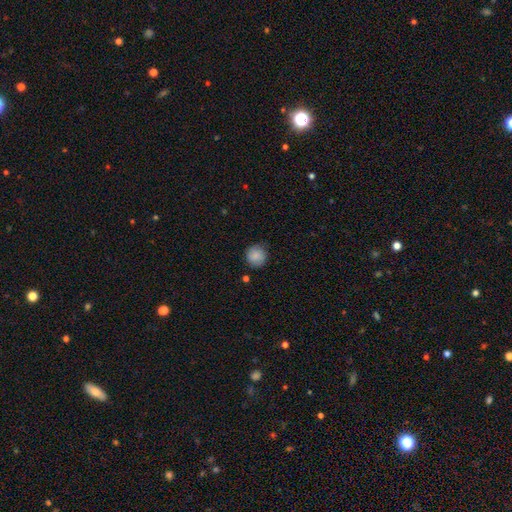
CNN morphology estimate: type=smooth (87%); roundness=round (92%); merging=none (82%).